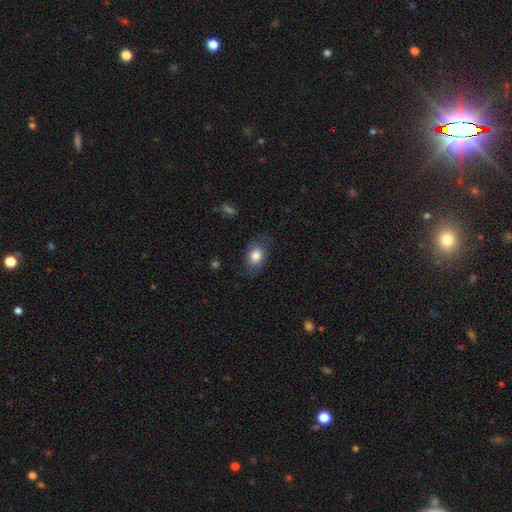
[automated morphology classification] Q: Smooth or featured?
A: smooth (79%); runner-up: featured or disk (14%)
Q: How rounded?
A: in between (75%); runner-up: round (23%)
Q: Merging?
A: none (72%); runner-up: minor disturbance (20%)